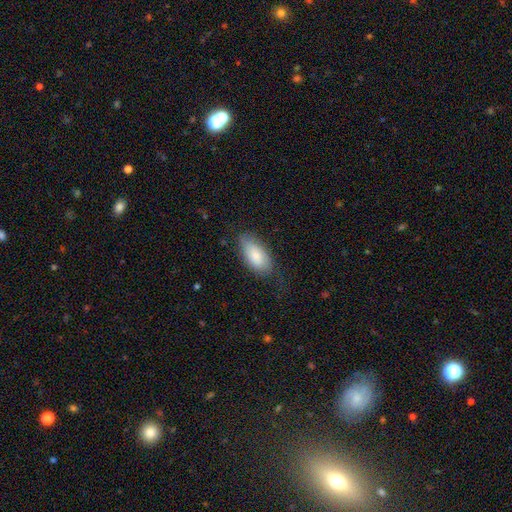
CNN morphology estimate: type=smooth (81%); roundness=in between (92%); merging=none (65%).